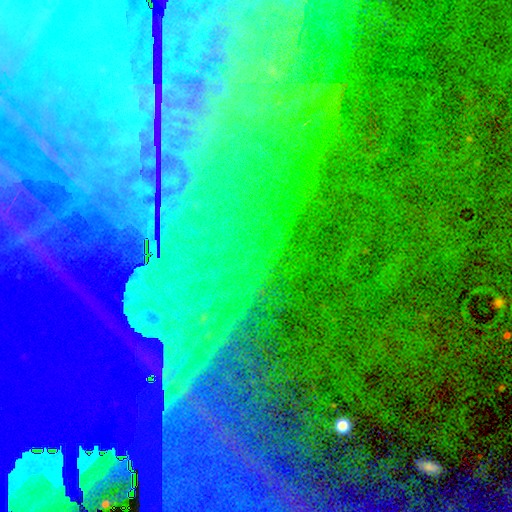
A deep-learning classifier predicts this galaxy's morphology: Smooth or featured? star or artifact (81%)